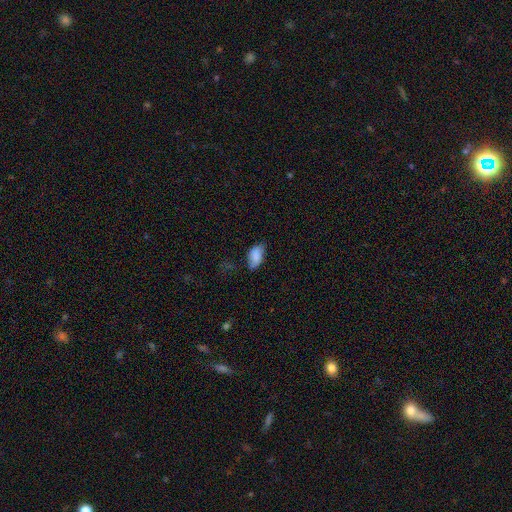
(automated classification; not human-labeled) Overall: smooth (81%). How rounded: in between (93%). Merging: none (56%; minor disturbance 32%).